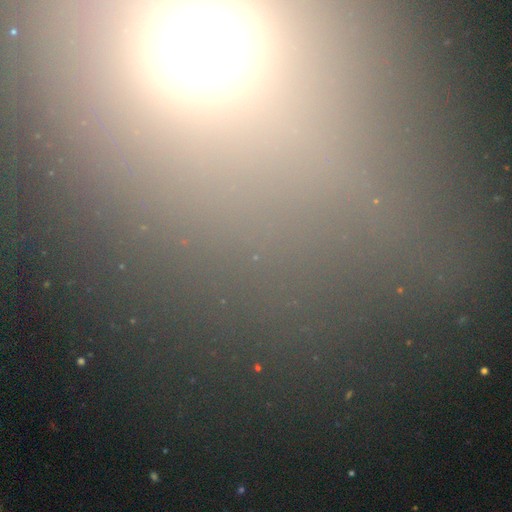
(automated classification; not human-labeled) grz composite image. It shows a star or artifact, not a galaxy (63%).